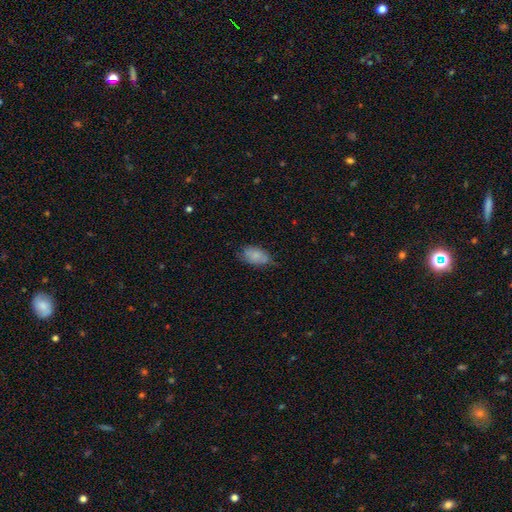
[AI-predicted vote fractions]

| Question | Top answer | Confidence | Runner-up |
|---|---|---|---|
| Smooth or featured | smooth | 79% | featured or disk (14%) |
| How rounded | in between | 93% | round (4%) |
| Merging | none | 55% | minor disturbance (36%) |